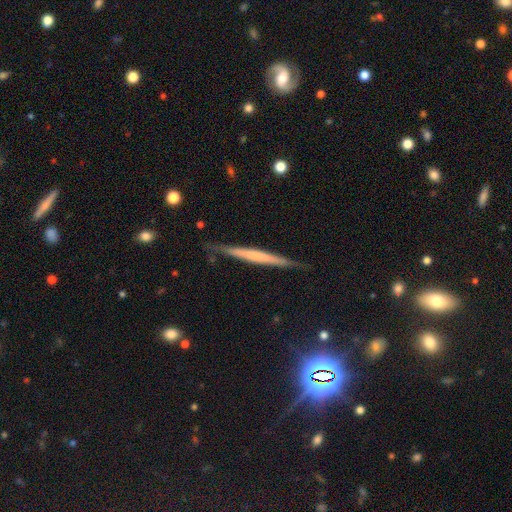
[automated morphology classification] A featured or disk galaxy (54%) viewed edge-on (96%) with no central bulge (72%). Merging: none (85%).